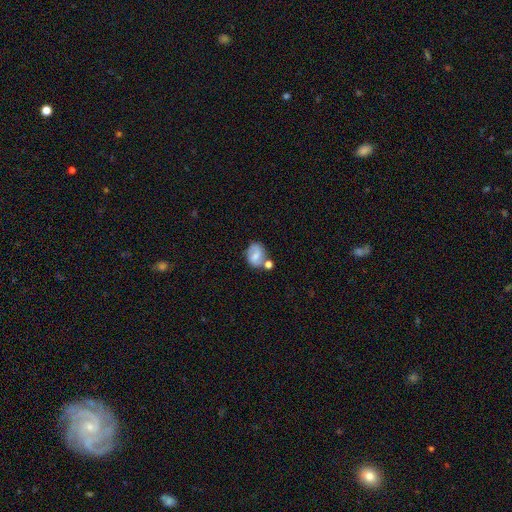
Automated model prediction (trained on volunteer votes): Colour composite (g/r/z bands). It shows a smooth galaxy with no disk features (59%) that is in between round and cigar-shaped (58%). Merging: none (49%).